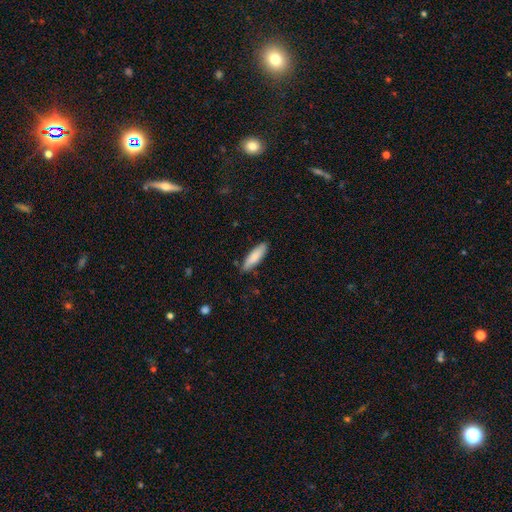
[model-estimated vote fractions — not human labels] smooth_or_featured: smooth (p=0.81) [alt: featured or disk p=0.13]
how_rounded: cigar-shaped (p=0.59) [alt: in between p=0.40]
merging: none (p=0.84) [alt: minor disturbance p=0.13]